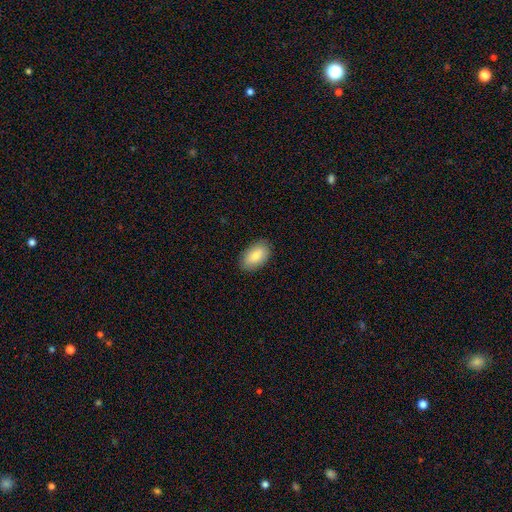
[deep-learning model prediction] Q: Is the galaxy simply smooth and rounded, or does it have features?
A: smooth — 84%.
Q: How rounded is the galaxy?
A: in between — 94%.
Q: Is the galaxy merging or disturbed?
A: none — 87%.